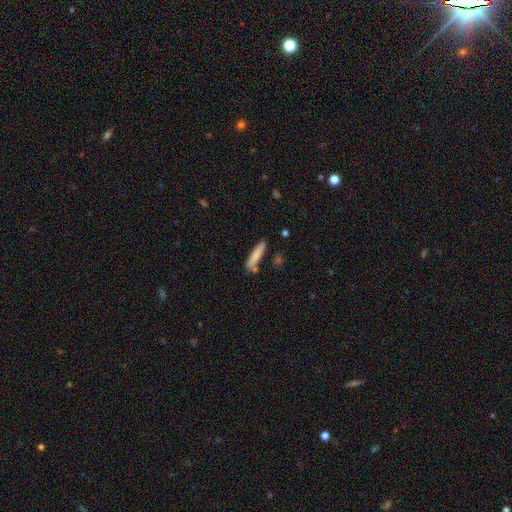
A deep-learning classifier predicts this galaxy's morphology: type=smooth (78%); roundness=cigar-shaped (87%); merging=none (78%).